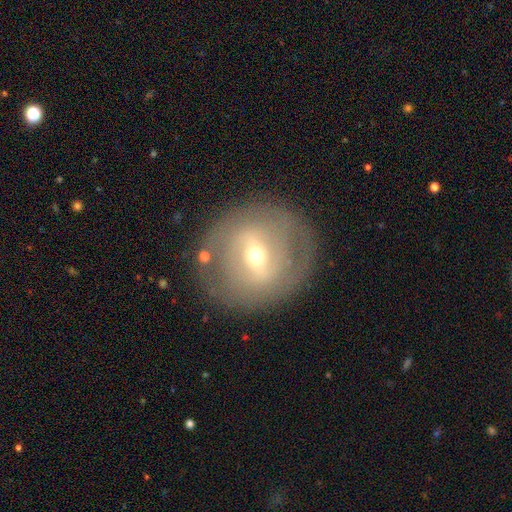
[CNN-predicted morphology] The model was most divided on "bar" (2-way tie): weak: 42%, strong: 42%, no: 16%. Remaining: edge-on disk — no (91%); merging — none (83%); smooth or featured — featured or disk (64%); spiral arms — no (62%); bulge size — small (49%).